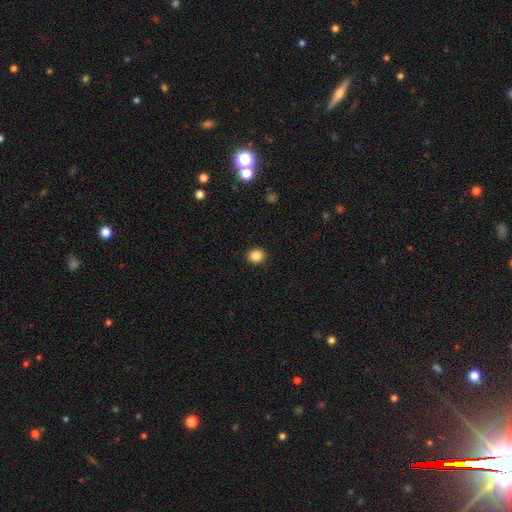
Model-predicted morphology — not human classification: A smooth galaxy with no disk features (86%) that is round (84%).

Vote fractions:
- Smooth or featured? smooth: 86% / star or artifact: 10% / featured or disk: 4%
- How rounded? round: 84% / in between: 15% / cigar-shaped: 1%
- Merging? none: 92% / minor disturbance: 5% / major disturbance: 2% / merger: 1%